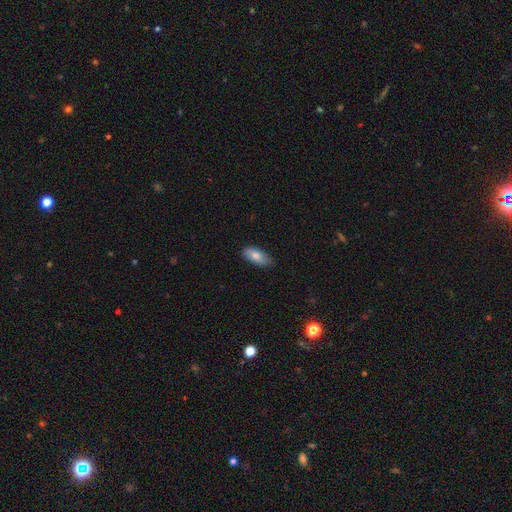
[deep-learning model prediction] A smooth galaxy with no disk features (81%) that is in between round and cigar-shaped (87%).

Vote fractions:
- Smooth or featured? smooth: 81% / featured or disk: 12% / star or artifact: 6%
- How rounded? in between: 87% / cigar-shaped: 11% / round: 2%
- Merging? none: 81% / minor disturbance: 16% / major disturbance: 2% / merger: 1%